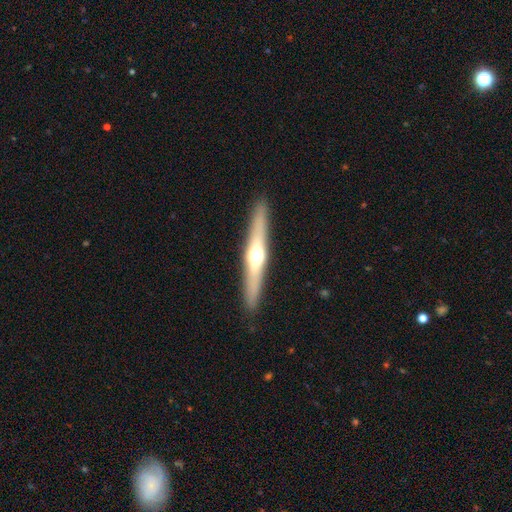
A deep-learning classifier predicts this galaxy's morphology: A featured or disk galaxy (64%) viewed edge-on (96%) with a rounded central bulge (93%). Merging: none (91%).